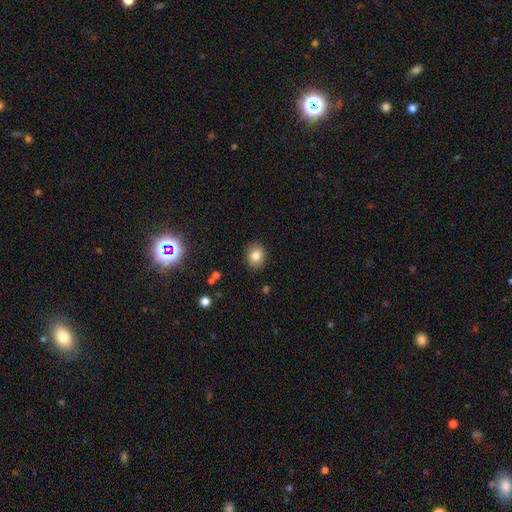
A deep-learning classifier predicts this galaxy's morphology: Smooth or featured? Predicted: smooth (p=0.83). How rounded? Predicted: round (p=0.65). Merging? Predicted: none (p=0.89).